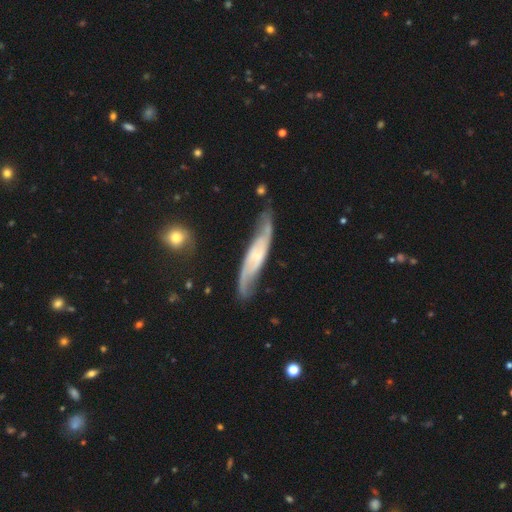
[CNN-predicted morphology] A featured or disk galaxy (81%) with a weak bar (43%), 2 (85%) medium (45%) spiral arms (95%) and a small central bulge (57%).

Vote fractions:
- Smooth or featured? featured or disk: 81% / smooth: 13% / star or artifact: 6%
- Edge-on disk? no: 72% / yes: 28%
- Bar? weak: 43% / no: 39% / strong: 18%
- Spiral arms? yes: 95% / no: 5%
- Spiral winding? medium: 45% / loose: 34% / tight: 21%
- Spiral arm count? 2: 85% / can't tell: 9% / 3: 2% / 1: 2% / 4: 1% / more than 4: 1%
- Bulge size? small: 57% / moderate: 24% / none: 15% / large: 3% / dominant: 1%
- Merging? none: 68% / minor disturbance: 22% / major disturbance: 7% / merger: 3%